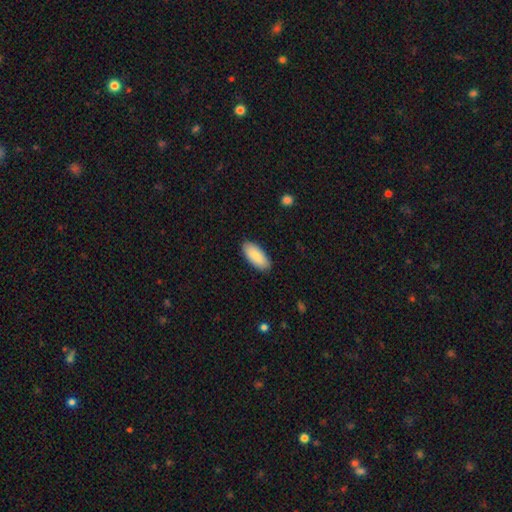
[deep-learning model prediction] Overall: smooth (90%). How rounded: in between (88%). Merging: none (88%).